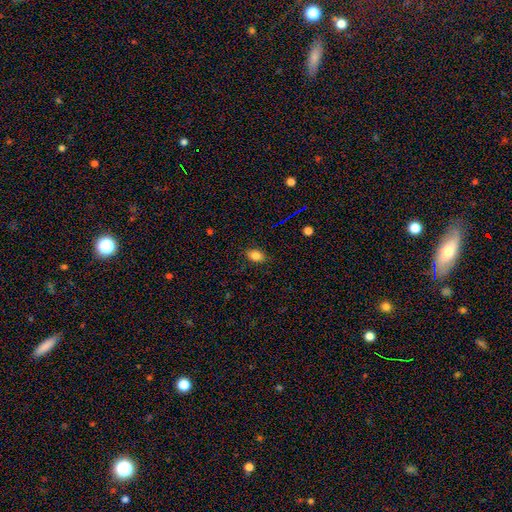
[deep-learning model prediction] Smooth or featured: smooth — 82% (star or artifact — 11%)
How rounded: in between — 75% (round — 23%)
Merging: none — 85% (minor disturbance — 11%)